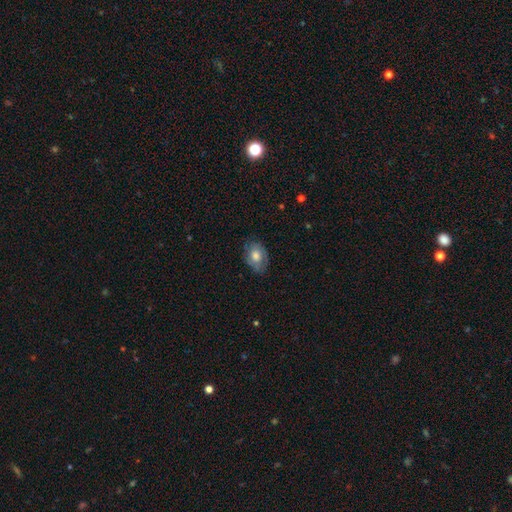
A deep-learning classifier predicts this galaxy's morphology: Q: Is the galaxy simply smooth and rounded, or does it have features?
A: smooth — 56%.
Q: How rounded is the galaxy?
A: in between — 79%.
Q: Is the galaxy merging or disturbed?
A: none — 74%.